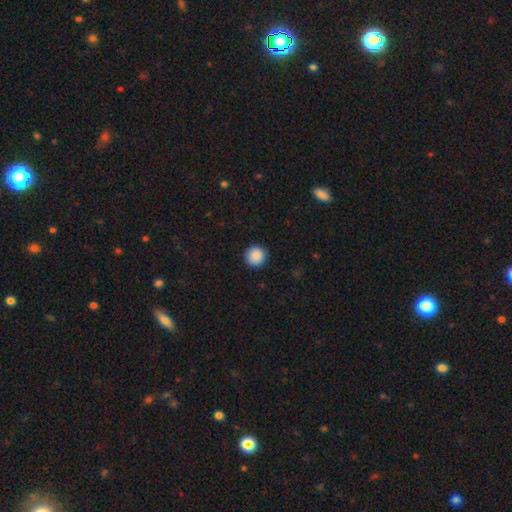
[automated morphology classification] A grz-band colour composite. It shows a smooth galaxy with no disk features (89%) that is round (95%). Merging: none (92%).